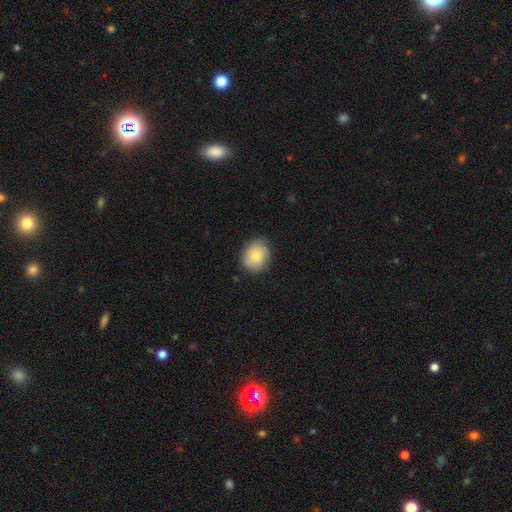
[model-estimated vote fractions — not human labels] Smooth or featured? Predicted: smooth (p=0.77). How rounded? Predicted: round (p=0.62). Merging? Predicted: none (p=0.81).